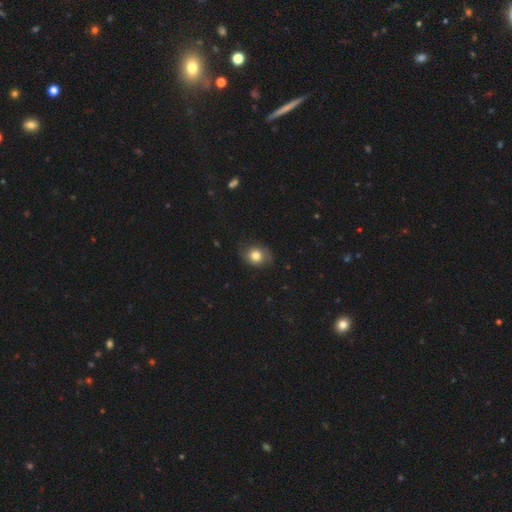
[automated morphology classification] Overall: smooth (74%). How rounded: round (59%; in between 40%). Merging: none (72%).